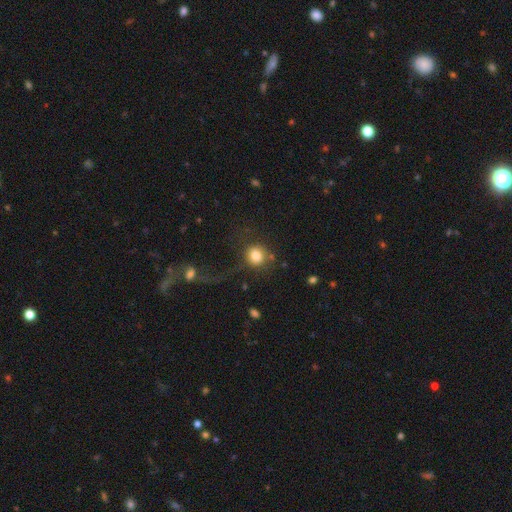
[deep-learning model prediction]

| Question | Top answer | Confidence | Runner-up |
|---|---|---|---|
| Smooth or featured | smooth | 80% | featured or disk (10%) |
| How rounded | round | 90% | in between (9%) |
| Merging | none | 57% | major disturbance (22%) |